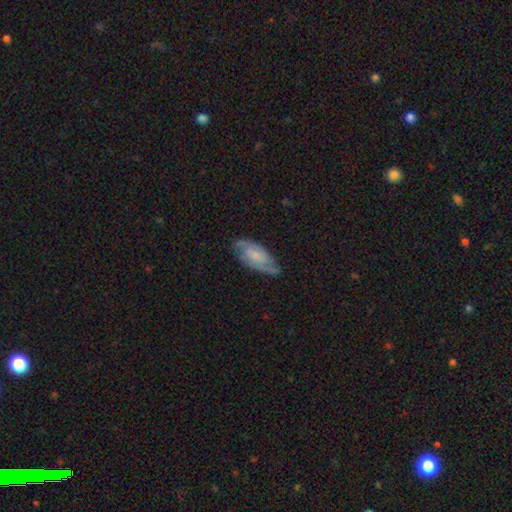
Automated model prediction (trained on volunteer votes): A featured or disk galaxy (70%) with no bar (54%), 2 (72%) medium (47%) spiral arms (92%) and a small central bulge (47%). Merging: none (72%).